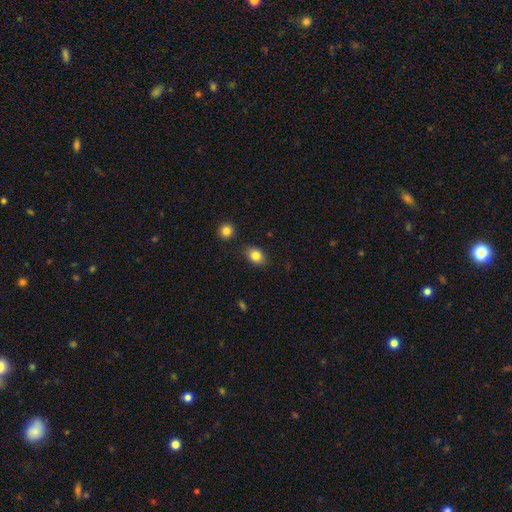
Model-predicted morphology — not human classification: smooth 85%, star or artifact 9%, featured or disk 6%. Down the decision tree: how rounded — in between (60%); merging — none (84%).